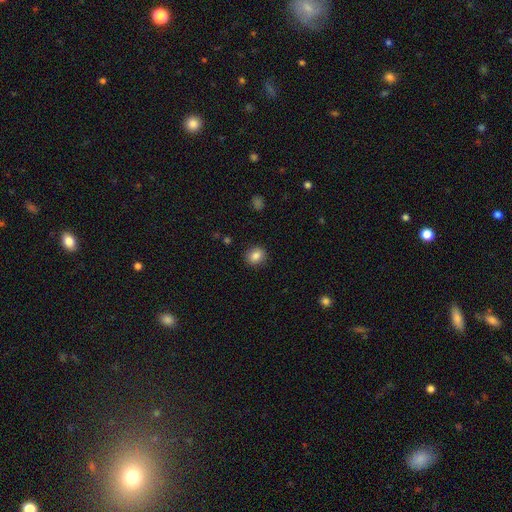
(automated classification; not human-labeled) smooth_or_featured: smooth (p=0.85) [alt: star or artifact p=0.10]
how_rounded: round (p=0.71) [alt: in between p=0.28]
merging: none (p=0.90) [alt: minor disturbance p=0.07]